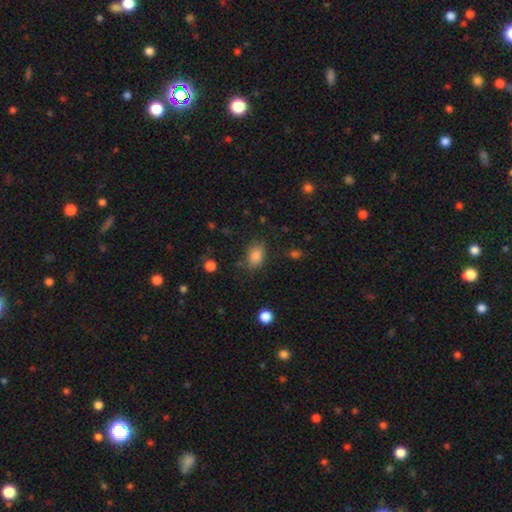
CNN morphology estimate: smooth_or_featured: smooth (p=0.84) [alt: star or artifact p=0.10]
how_rounded: in between (p=0.84) [alt: round p=0.14]
merging: none (p=0.77) [alt: minor disturbance p=0.16]